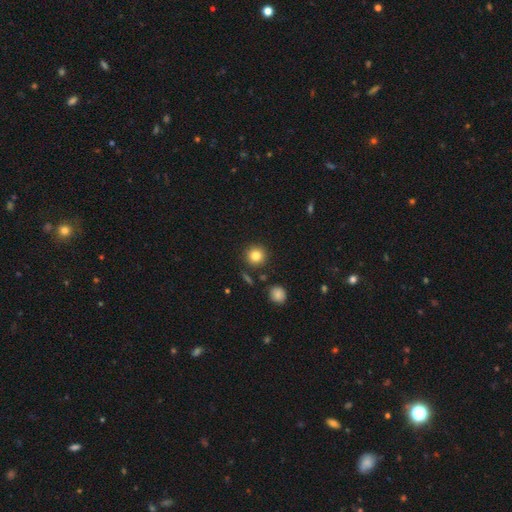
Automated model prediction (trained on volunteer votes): Overall: smooth (83%). How rounded: round (93%). Merging: none (88%).